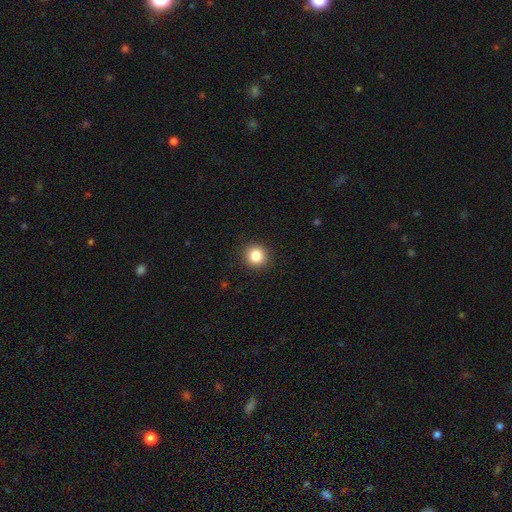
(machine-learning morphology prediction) Smooth or featured? smooth (85%)
How rounded? round (90%)
Merging? none (92%)